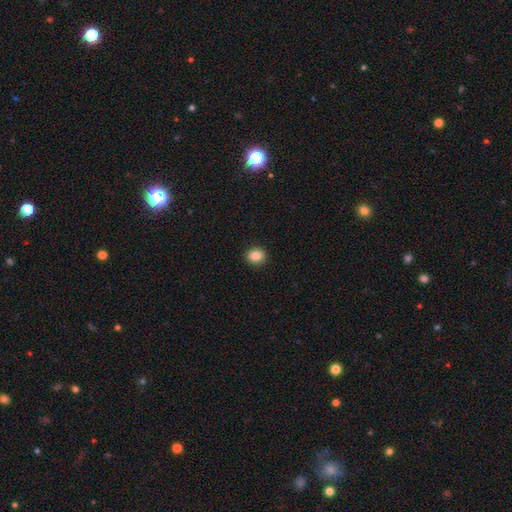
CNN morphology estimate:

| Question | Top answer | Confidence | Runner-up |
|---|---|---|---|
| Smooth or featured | smooth | 85% | star or artifact (10%) |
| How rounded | round | 75% | in between (24%) |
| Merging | none | 92% | minor disturbance (5%) |